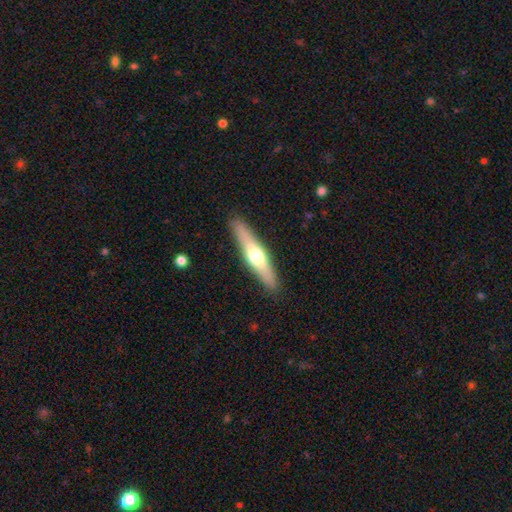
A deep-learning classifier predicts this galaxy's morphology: Smooth or featured?
  - featured or disk: 52% *
  - smooth: 43%
  - star or artifact: 5%
Edge-on disk?
  - yes: 91% *
  - no: 9%
Merging?
  - none: 89% *
  - minor disturbance: 8%
  - major disturbance: 2%
  - merger: 1%